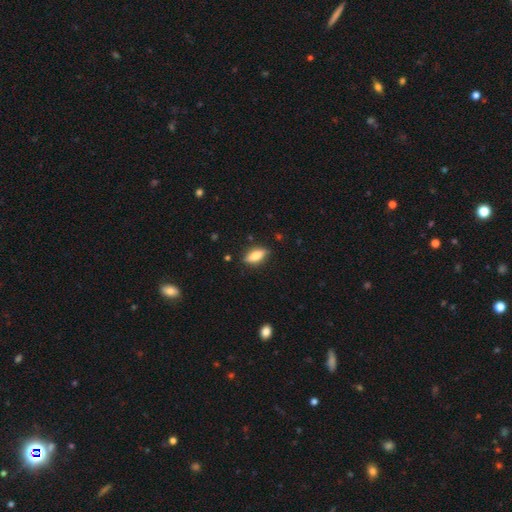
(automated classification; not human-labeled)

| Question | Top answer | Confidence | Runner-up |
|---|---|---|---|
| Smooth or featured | smooth | 74% | featured or disk (19%) |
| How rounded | in between | 78% | cigar-shaped (19%) |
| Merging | none | 84% | minor disturbance (12%) |